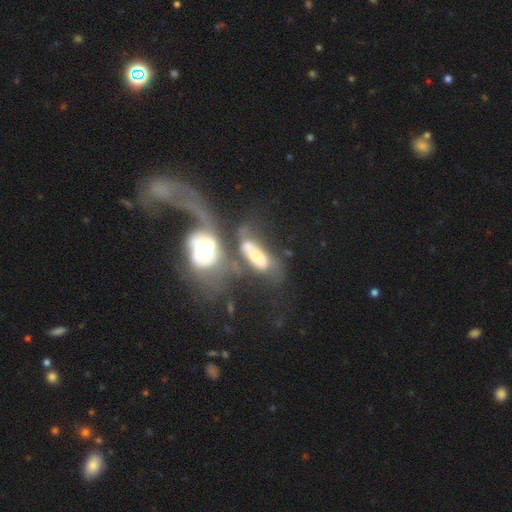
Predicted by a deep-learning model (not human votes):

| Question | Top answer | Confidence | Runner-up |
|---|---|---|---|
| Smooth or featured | featured or disk | 46% | smooth (43%) |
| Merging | merger | 54% | major disturbance (21%) |